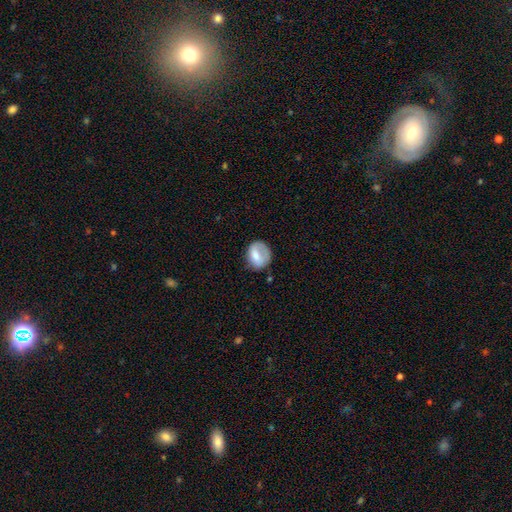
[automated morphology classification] Q: Smooth or featured?
A: smooth (67%); runner-up: featured or disk (26%)
Q: How rounded?
A: round (59%); runner-up: in between (40%)
Q: Merging?
A: none (55%); runner-up: minor disturbance (27%)